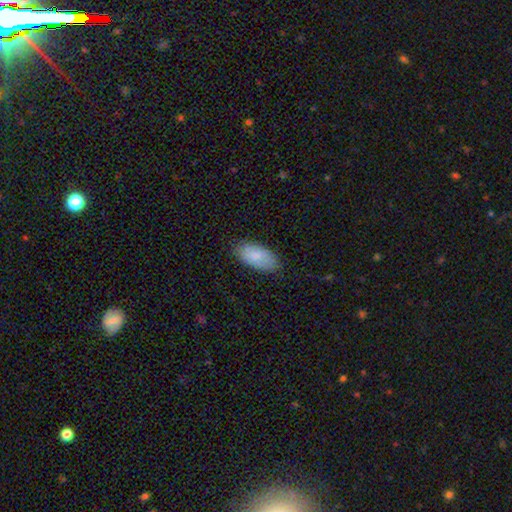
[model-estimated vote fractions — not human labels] smooth_or_featured: smooth (p=0.84) [alt: featured or disk p=0.10]
how_rounded: in between (p=0.93) [alt: cigar-shaped p=0.05]
merging: none (p=0.81) [alt: minor disturbance p=0.15]